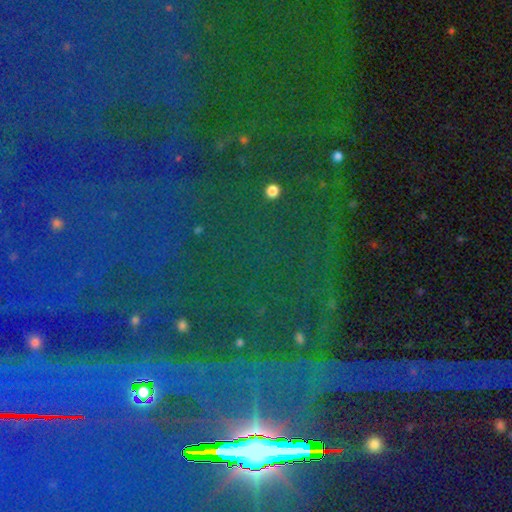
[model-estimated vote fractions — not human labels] A star or artifact, not a galaxy (86%).

Vote fractions:
- Smooth or featured? star or artifact: 86% / featured or disk: 8% / smooth: 7%